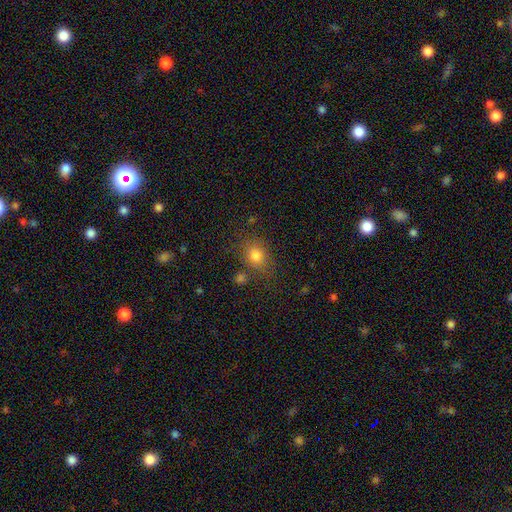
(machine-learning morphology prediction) Q: Smooth or featured?
A: smooth (78%); runner-up: star or artifact (13%)
Q: How rounded?
A: round (51%); runner-up: in between (48%)
Q: Merging?
A: none (71%); runner-up: minor disturbance (16%)